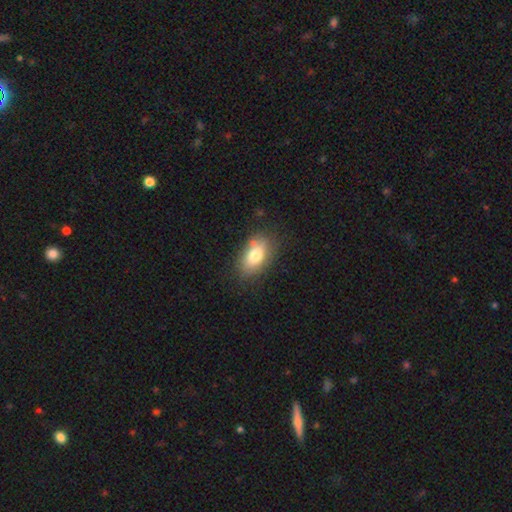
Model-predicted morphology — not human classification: Overall: smooth (76%). How rounded: in between (90%). Merging: none (75%).